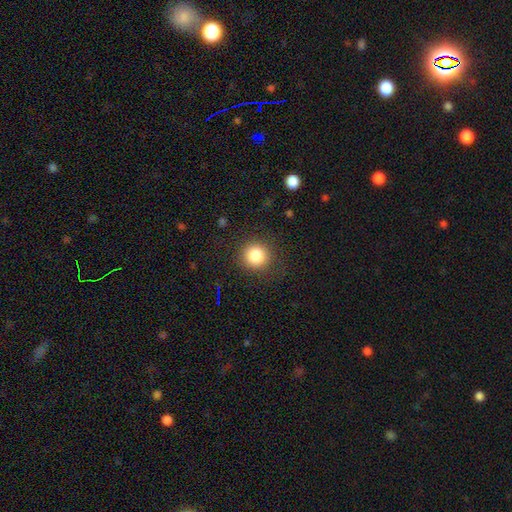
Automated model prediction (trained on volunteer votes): The model was most divided on "smooth or featured": smooth: 84%, star or artifact: 11%, featured or disk: 5%. More confident: how rounded — round (92%); merging — none (87%).